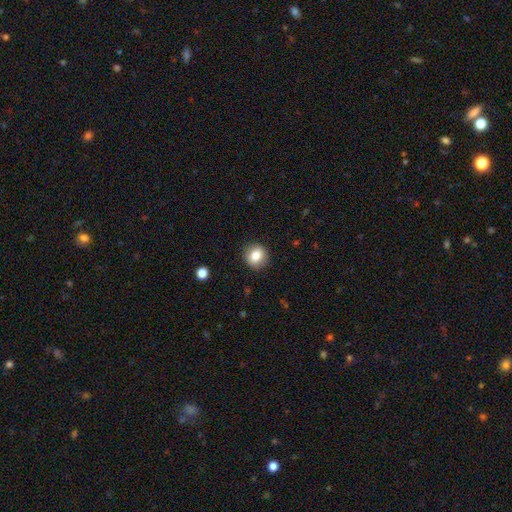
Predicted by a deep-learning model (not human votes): This appears to be a smooth galaxy with no disk features (81%) that is round (83%). Merging: none (89%).